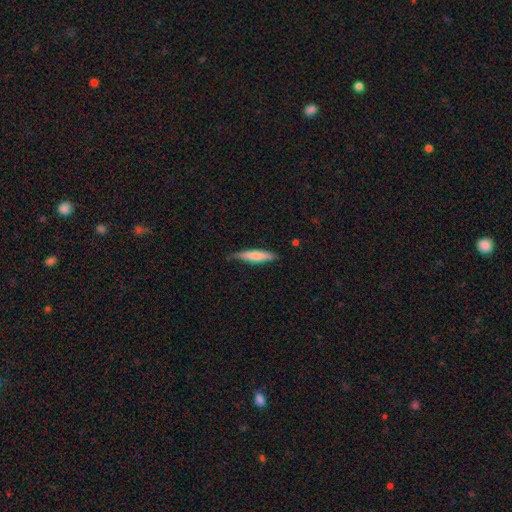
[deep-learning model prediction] This is likely a smooth galaxy (74%). How rounded: clearly cigar-shaped (83%). Merging: likely none (77%).